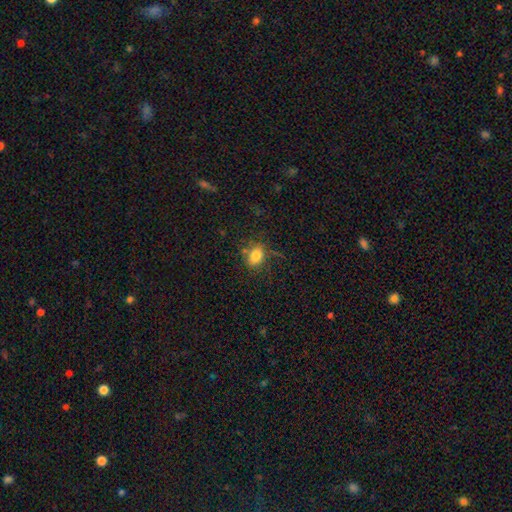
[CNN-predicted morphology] A smooth galaxy with no disk features (81%) that is in between round and cigar-shaped (70%). Merging: none (71%).